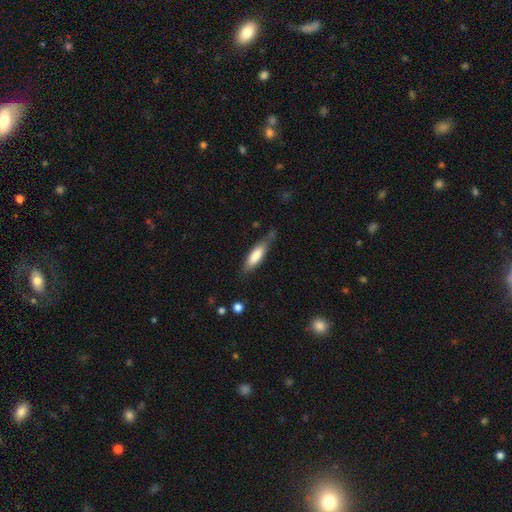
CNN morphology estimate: A smooth galaxy with no disk features (75%) that is cigar-shaped (56%). Merging: none (64%).